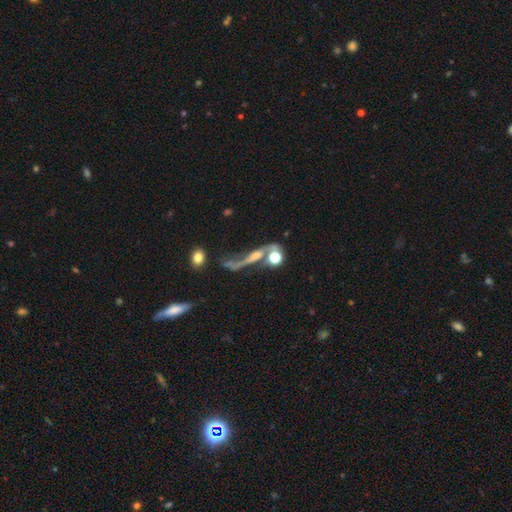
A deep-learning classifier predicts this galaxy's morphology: Smooth or featured?
  - featured or disk: 66% *
  - smooth: 19%
  - star or artifact: 15%
Edge-on disk?
  - no: 66% *
  - yes: 34%
Merging?
  - none: 35% *
  - merger: 25%
  - major disturbance: 24%
  - minor disturbance: 16%